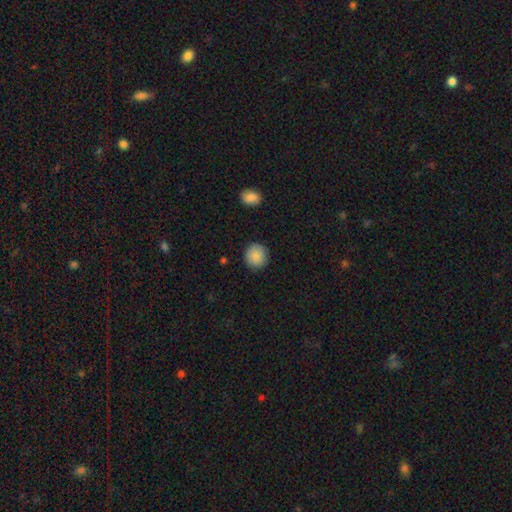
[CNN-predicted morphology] A smooth galaxy with no disk features (88%) that is round (91%).

Vote fractions:
- Smooth or featured? smooth: 88% / star or artifact: 8% / featured or disk: 4%
- How rounded? round: 91% / in between: 8% / cigar-shaped: 1%
- Merging? none: 90% / minor disturbance: 7% / major disturbance: 2% / merger: 1%